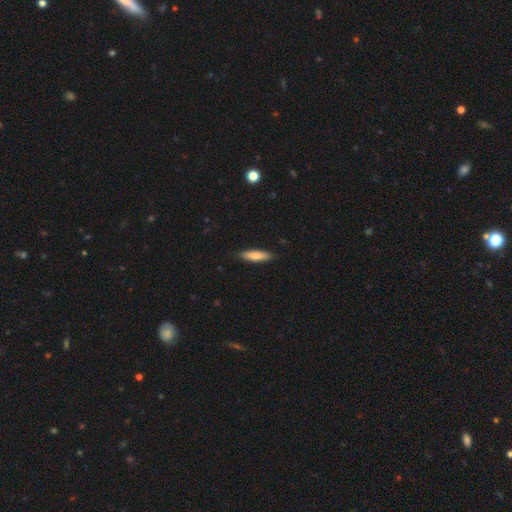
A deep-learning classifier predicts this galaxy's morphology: Overall: smooth (74%). How rounded: cigar-shaped (67%; in between 31%). Merging: none (89%).